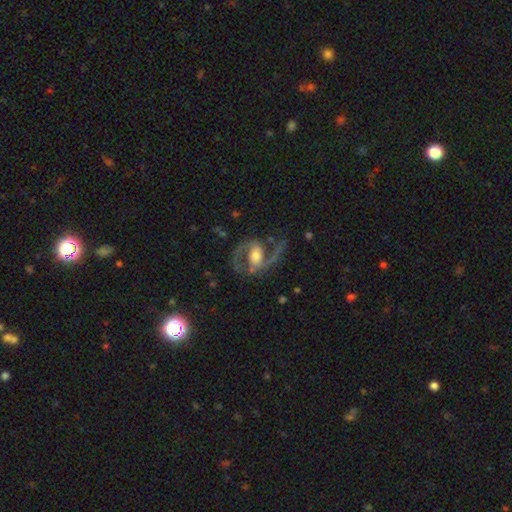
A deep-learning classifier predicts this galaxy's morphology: The model was most divided on "bar" (2-way tie): no: 40%, weak: 40%, strong: 19%. More confident: edge-on disk — no (98%); spiral arms — yes (97%); spiral arm count — 2 (92%); smooth or featured — featured or disk (89%); merging — none (68%); spiral winding — medium (56%); bulge size — moderate (51%).